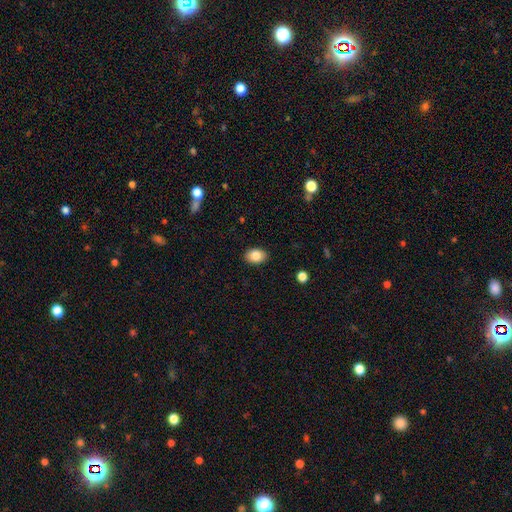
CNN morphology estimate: smooth-or-featured: smooth: 85% | star or artifact: 8% | featured or disk: 7%
  how-rounded: in between: 80% | round: 19% | cigar-shaped: 1%
  merging: none: 89% | minor disturbance: 8% | major disturbance: 2% | merger: 1%